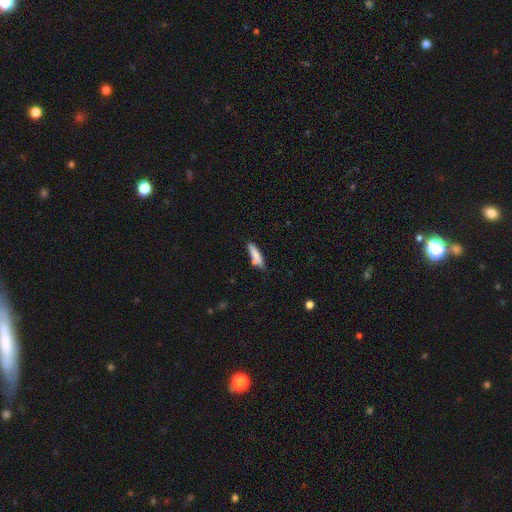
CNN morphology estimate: This appears to be a smooth galaxy with no disk features (78%) that is cigar-shaped (75%). Merging: none (65%).